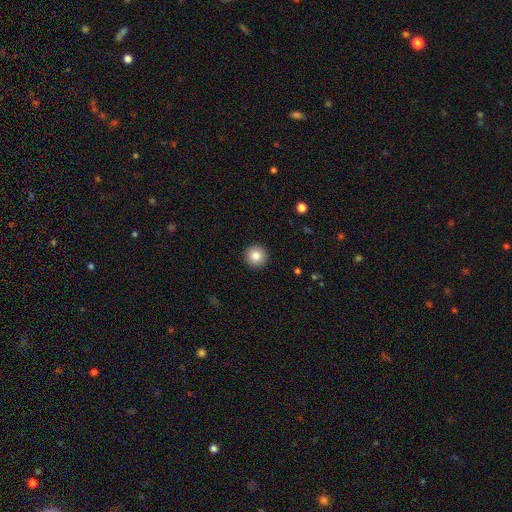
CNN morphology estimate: Smooth or featured: smooth — 84% (star or artifact — 9%)
How rounded: round — 96% (in between — 3%)
Merging: none — 93% (minor disturbance — 4%)